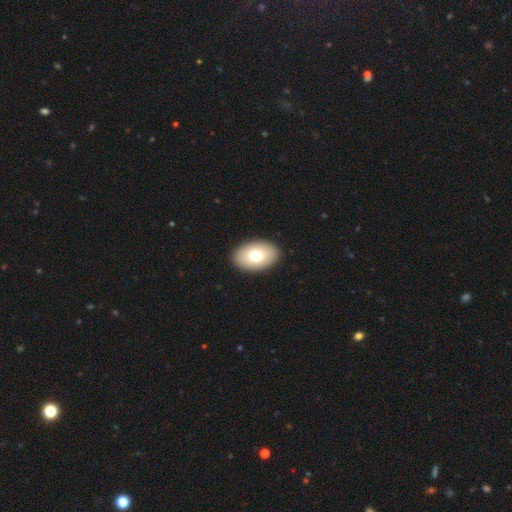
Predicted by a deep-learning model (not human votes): Smooth or featured? Predicted: smooth (p=0.76). How rounded? Predicted: in between (p=0.91). Merging? Predicted: none (p=0.91).